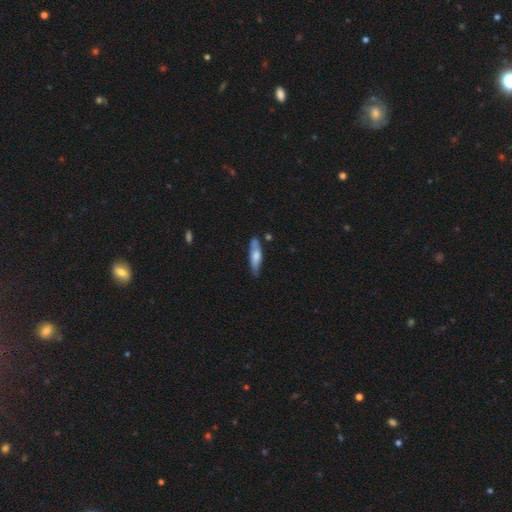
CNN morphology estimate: This appears to be a smooth galaxy with no disk features (62%) that is cigar-shaped (68%). Merging: none (71%).